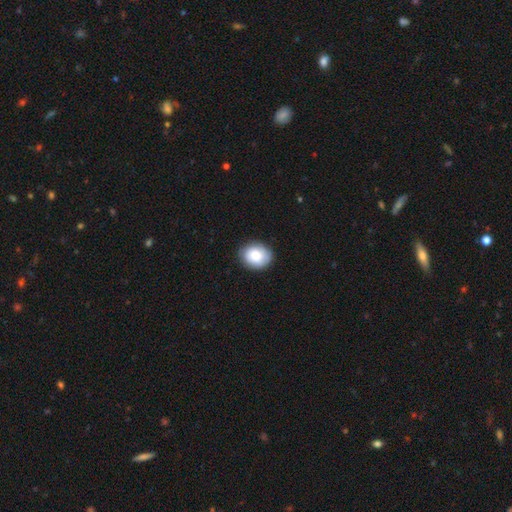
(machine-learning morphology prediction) A smooth galaxy with no disk features (84%) that is round (56%).

Vote fractions:
- Smooth or featured? smooth: 84% / featured or disk: 9% / star or artifact: 7%
- How rounded? round: 56% / in between: 44% / cigar-shaped: 1%
- Merging? none: 83% / minor disturbance: 13% / major disturbance: 2% / merger: 1%